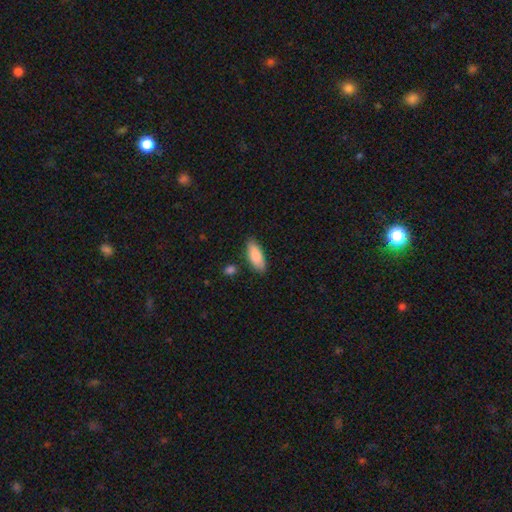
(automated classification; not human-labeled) smooth_or_featured: smooth (p=0.85) [alt: featured or disk p=0.09]
how_rounded: in between (p=0.77) [alt: cigar-shaped p=0.21]
merging: none (p=0.84) [alt: minor disturbance p=0.11]